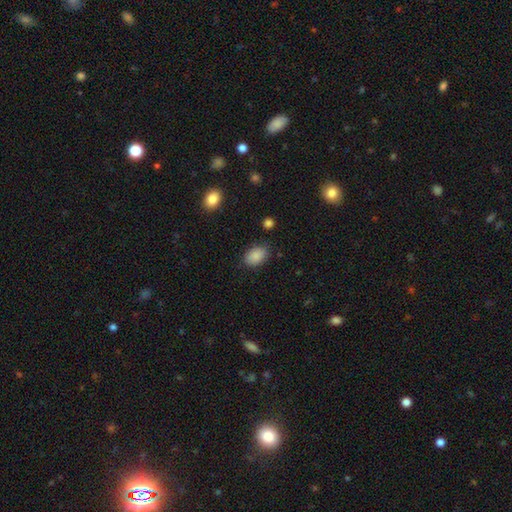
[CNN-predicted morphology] Smooth or featured: smooth — 87% (star or artifact — 8%)
How rounded: in between — 85% (round — 14%)
Merging: none — 79% (minor disturbance — 16%)